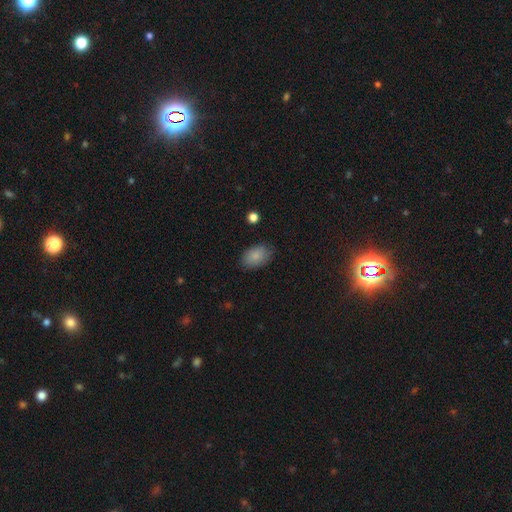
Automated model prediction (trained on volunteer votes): smooth_or_featured: smooth (p=0.85) [alt: featured or disk p=0.08]
how_rounded: in between (p=0.87) [alt: round p=0.11]
merging: none (p=0.76) [alt: minor disturbance p=0.18]